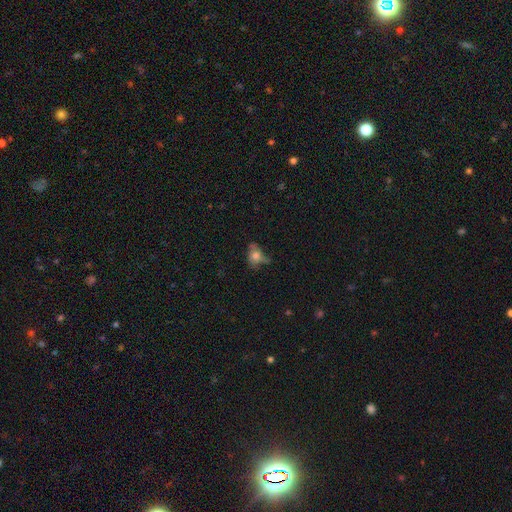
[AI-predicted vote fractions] smooth_or_featured: smooth (p=0.58) [alt: featured or disk p=0.27]
how_rounded: in between (p=0.64) [alt: round p=0.34]
merging: none (p=0.39) [alt: minor disturbance p=0.28]